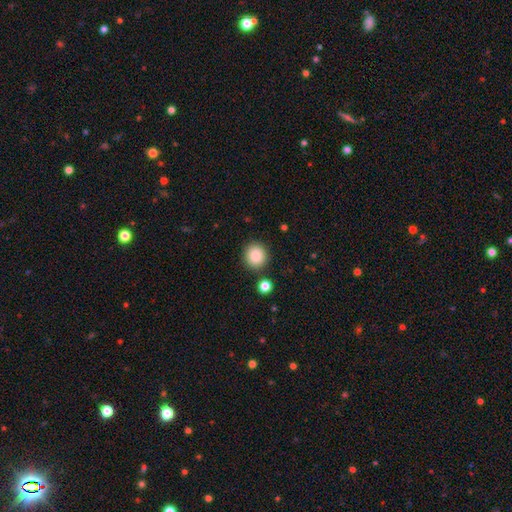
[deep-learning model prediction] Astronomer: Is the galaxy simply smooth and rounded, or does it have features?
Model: smooth — 87%.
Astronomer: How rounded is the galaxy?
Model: round — 90%.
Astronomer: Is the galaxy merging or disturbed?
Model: none — 86%.